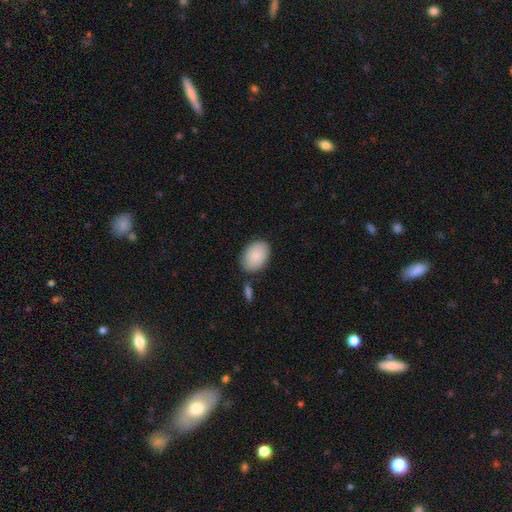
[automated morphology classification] smooth 87%, featured or disk 7%, star or artifact 6%. Down the decision tree: how rounded — in between (83%); merging — none (77%).